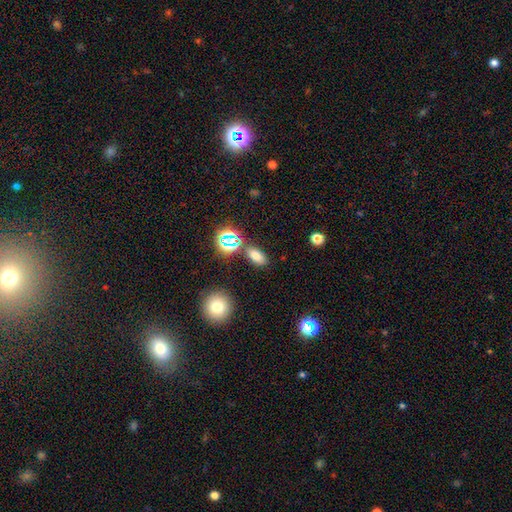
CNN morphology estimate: Smooth or featured: smooth — 71% (star or artifact — 21%)
How rounded: in between — 86% (round — 9%)
Merging: none — 82% (minor disturbance — 9%)